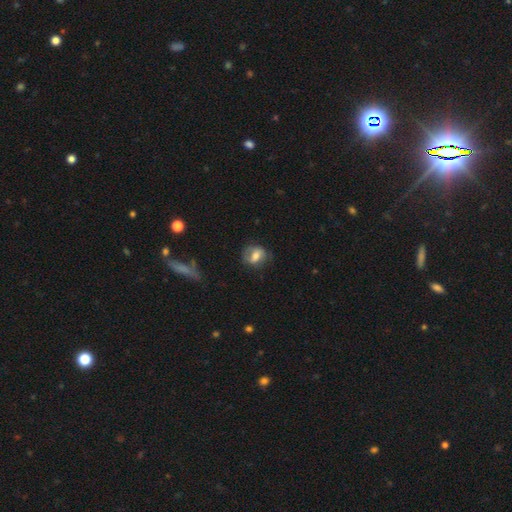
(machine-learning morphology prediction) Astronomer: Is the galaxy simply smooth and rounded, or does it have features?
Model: smooth — 58% (runner-up: featured or disk, 34%).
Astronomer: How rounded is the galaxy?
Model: in between — 55% (runner-up: round, 43%).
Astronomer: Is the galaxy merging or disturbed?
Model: none — 65%.